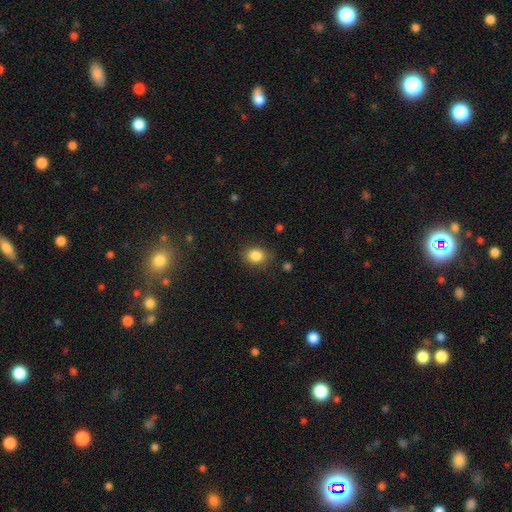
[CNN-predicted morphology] This is clearly a smooth galaxy (85%). How rounded: possibly in between (52%). Merging: clearly none (82%).